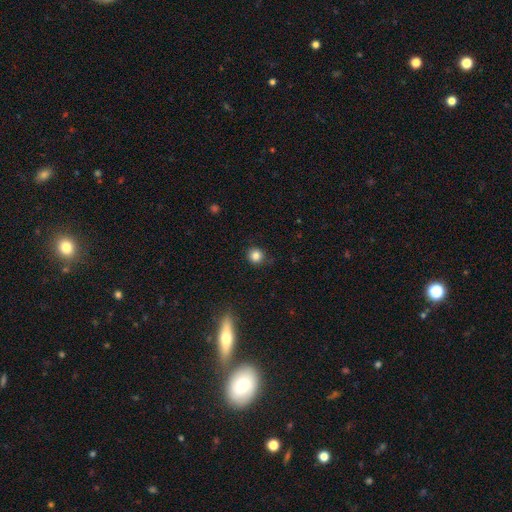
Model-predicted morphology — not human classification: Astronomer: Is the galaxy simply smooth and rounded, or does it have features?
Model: smooth — 84%.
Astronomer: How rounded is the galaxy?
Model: round — 92%.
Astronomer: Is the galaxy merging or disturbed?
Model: none — 86%.